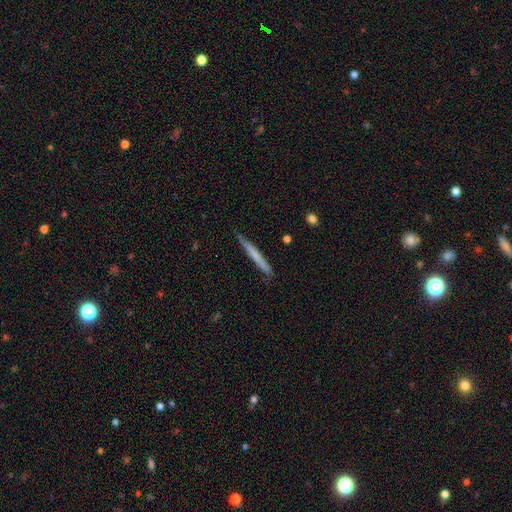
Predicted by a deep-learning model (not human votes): smooth 60%, featured or disk 35%, star or artifact 5%. Down the decision tree: how rounded — cigar-shaped (97%); merging — none (85%).